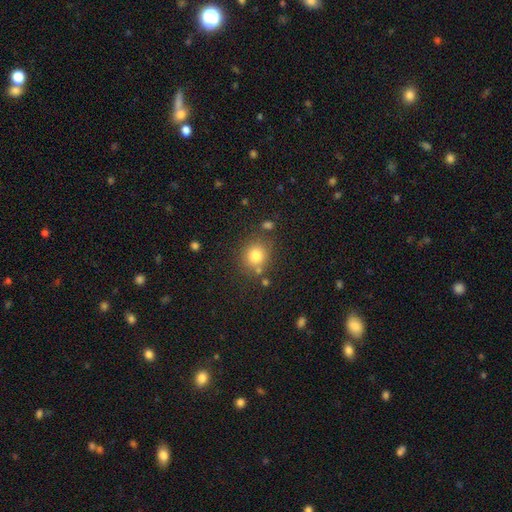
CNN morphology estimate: Smooth or featured? Predicted: smooth (p=0.80). How rounded? Predicted: round (p=0.86). Merging? Predicted: none (p=0.76).